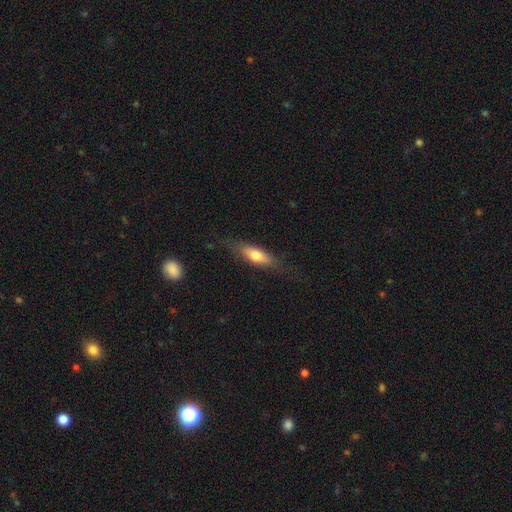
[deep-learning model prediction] Morphology: type=smooth (64%); roundness=in between (50%); merging=none (75%).